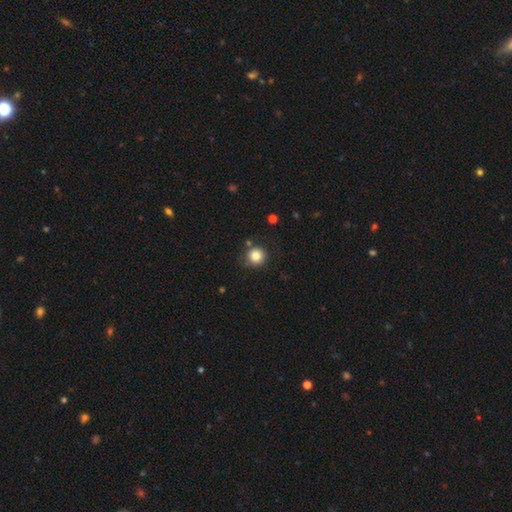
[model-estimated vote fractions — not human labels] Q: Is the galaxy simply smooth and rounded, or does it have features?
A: smooth — 84%.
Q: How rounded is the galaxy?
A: round — 93%.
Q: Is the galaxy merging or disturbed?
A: none — 84%.